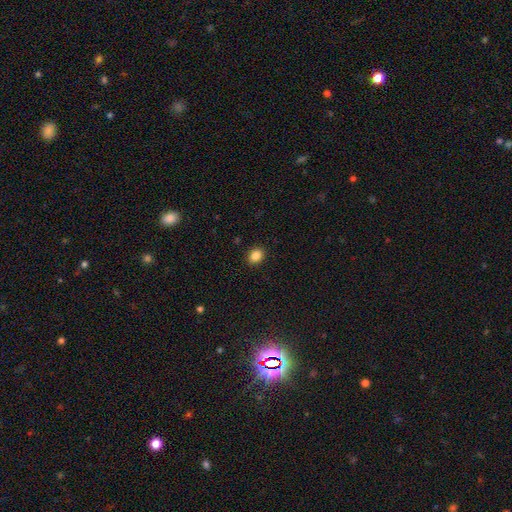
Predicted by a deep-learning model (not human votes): This appears to be a smooth galaxy with no disk features (86%) that is in between round and cigar-shaped (54%). Merging: none (91%).